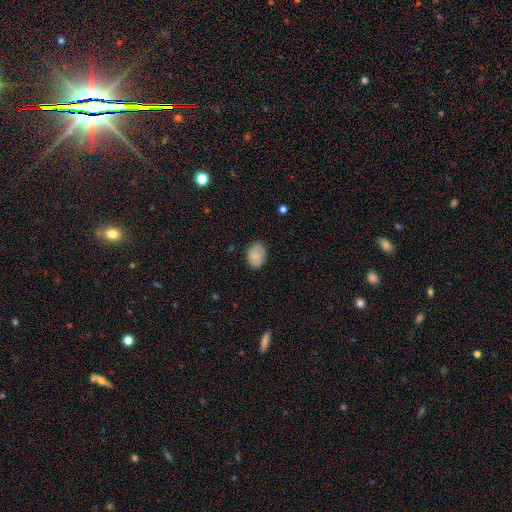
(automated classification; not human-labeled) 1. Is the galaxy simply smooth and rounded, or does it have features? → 71% smooth, 21% featured or disk, 8% star or artifact.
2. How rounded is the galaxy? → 68% in between, 31% round, 1% cigar-shaped.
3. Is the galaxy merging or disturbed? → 79% none, 16% minor disturbance, 4% major disturbance, 1% merger.